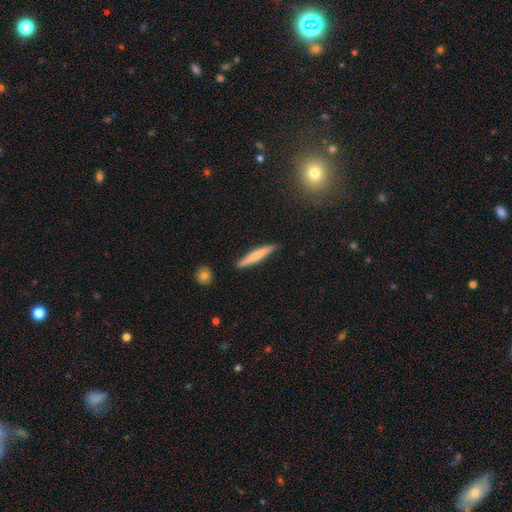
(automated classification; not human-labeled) A smooth galaxy with no disk features (64%) that is cigar-shaped (94%). Merging: none (87%).